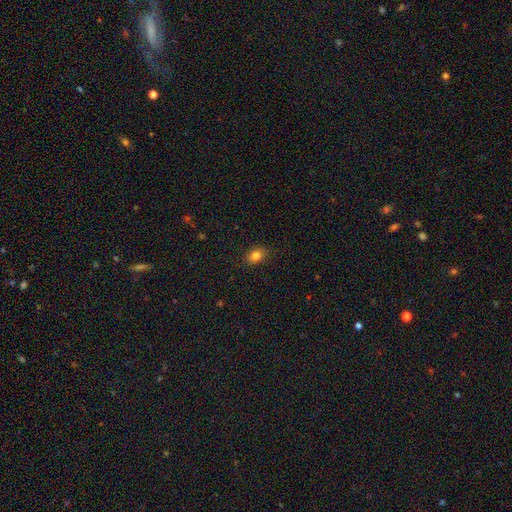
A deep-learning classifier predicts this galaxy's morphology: A smooth galaxy with no disk features (81%) that is in between round and cigar-shaped (75%). Merging: none (86%).